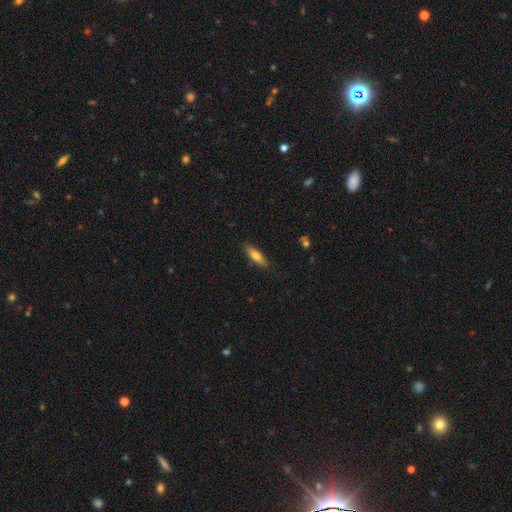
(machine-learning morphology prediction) This appears to be a smooth galaxy with no disk features (76%) that is cigar-shaped (57%). Merging: none (85%).